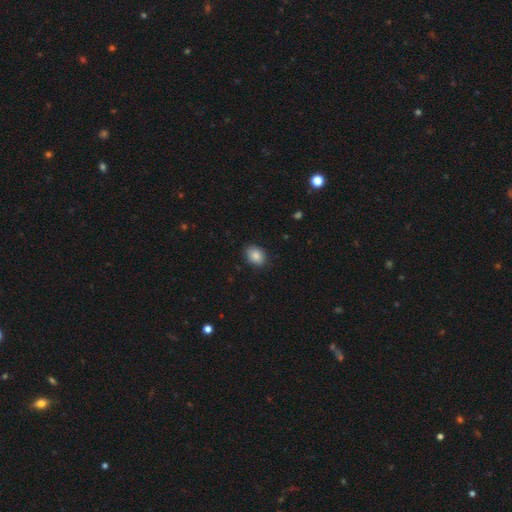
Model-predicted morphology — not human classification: smooth-or-featured: smooth: 87% | star or artifact: 8% | featured or disk: 5%
  how-rounded: in between: 74% | round: 25% | cigar-shaped: 1%
  merging: none: 86% | minor disturbance: 11% | major disturbance: 2% | merger: 1%